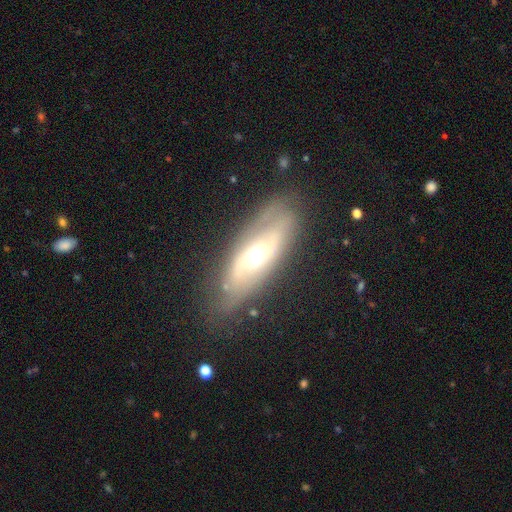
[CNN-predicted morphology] Overall: featured or disk (72%). Edge-on disk: no (78%). Bar: no (57%; weak 30%). Spiral arms: yes (68%; no 32%). Bulge size: moderate (68%). Merging: none (76%).